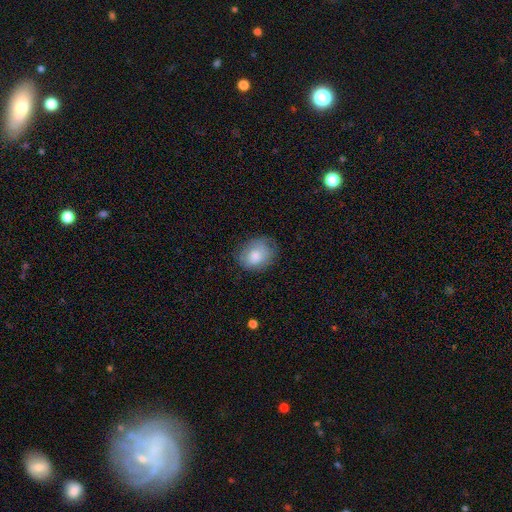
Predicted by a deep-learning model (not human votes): Smooth or featured? Predicted: smooth (p=0.79). How rounded? Predicted: in between (p=0.56). Merging? Predicted: none (p=0.69).